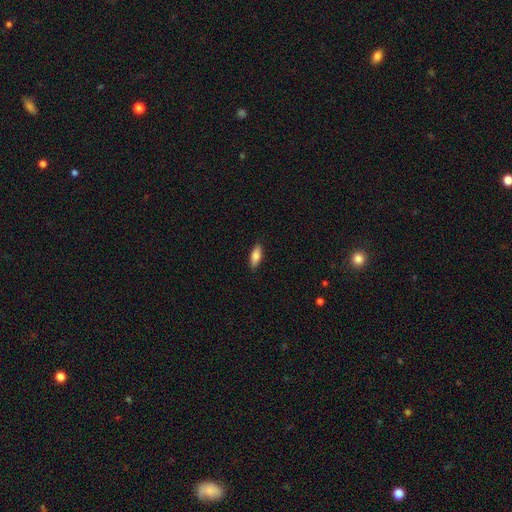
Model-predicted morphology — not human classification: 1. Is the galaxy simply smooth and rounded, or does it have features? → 81% smooth, 12% featured or disk, 6% star or artifact.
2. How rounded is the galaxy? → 74% in between, 24% cigar-shaped, 2% round.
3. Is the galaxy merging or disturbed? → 89% none, 9% minor disturbance, 2% major disturbance, 1% merger.